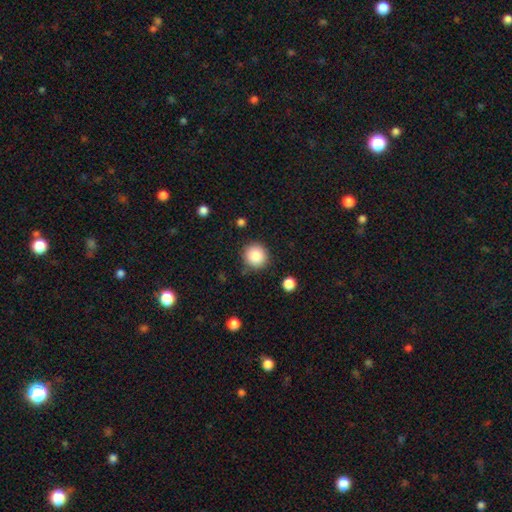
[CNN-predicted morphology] type=smooth (87%); roundness=round (93%); merging=none (86%).